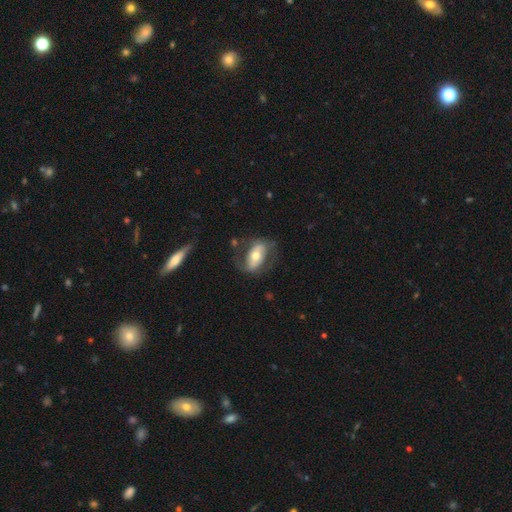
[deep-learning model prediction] Smooth or featured?
  - featured or disk: 61% *
  - smooth: 33%
  - star or artifact: 6%
Edge-on disk?
  - no: 91% *
  - yes: 9%
Bar?
  - no: 38% *
  - strong: 36%
  - weak: 26%
Spiral arms?
  - yes: 67% *
  - no: 33%
Bulge size?
  - moderate: 69% *
  - small: 17%
  - large: 11%
  - dominant: 1%
  - none: 1%
Merging?
  - none: 62% *
  - minor disturbance: 20%
  - major disturbance: 15%
  - merger: 2%